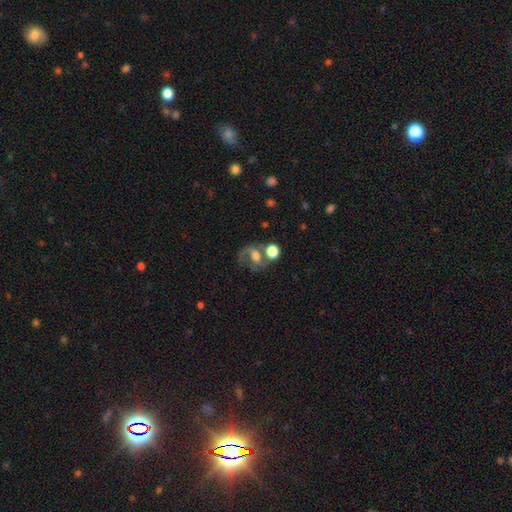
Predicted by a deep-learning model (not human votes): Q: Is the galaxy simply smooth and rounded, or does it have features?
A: featured or disk — 58%.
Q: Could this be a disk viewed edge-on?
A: no — 97%.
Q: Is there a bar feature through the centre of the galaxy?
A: no — 45%.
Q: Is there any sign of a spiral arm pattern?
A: yes — 84%.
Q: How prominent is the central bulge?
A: moderate — 49%.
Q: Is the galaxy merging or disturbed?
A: none — 38%.